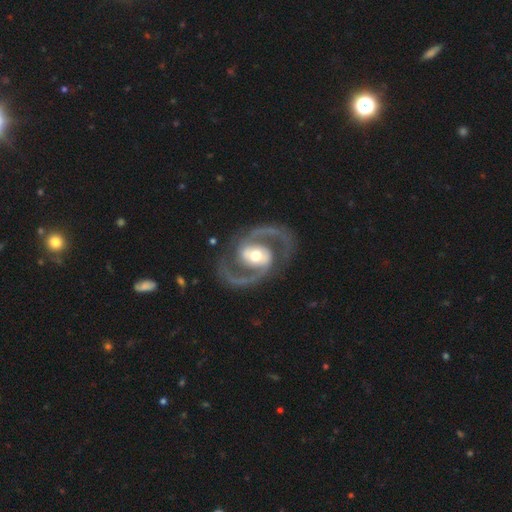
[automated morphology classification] type=featured or disk (93%); edge-on=no (98%); bar=no (36%); spiral arms=yes (97%); winding=medium (63%); arm count=2 (94%); bulge=moderate (70%); merging=none (83%).